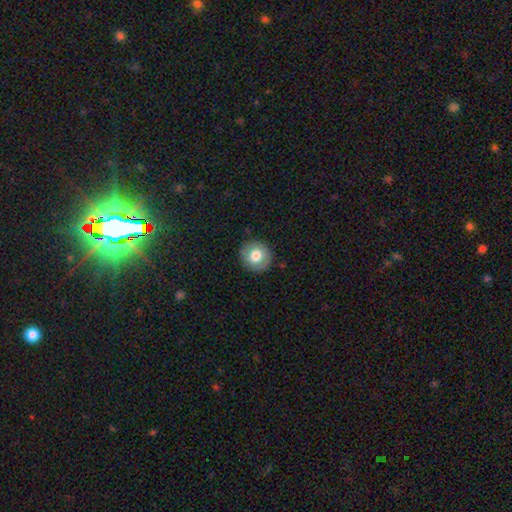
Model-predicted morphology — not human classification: Smooth or featured? smooth (74%)
How rounded? round (91%)
Merging? none (89%)